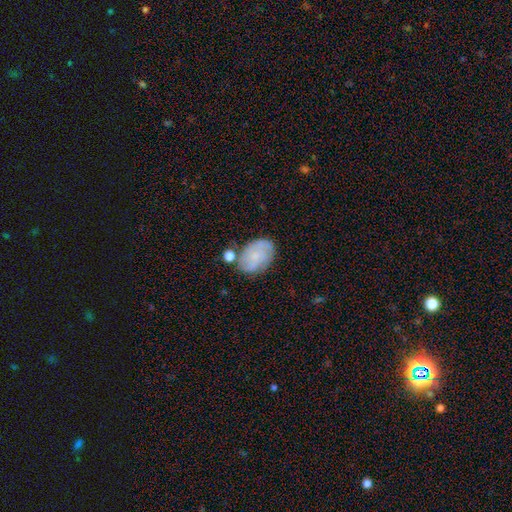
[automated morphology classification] smooth 47%, featured or disk 45%, star or artifact 9%. Down the decision tree: merging — none (61%).